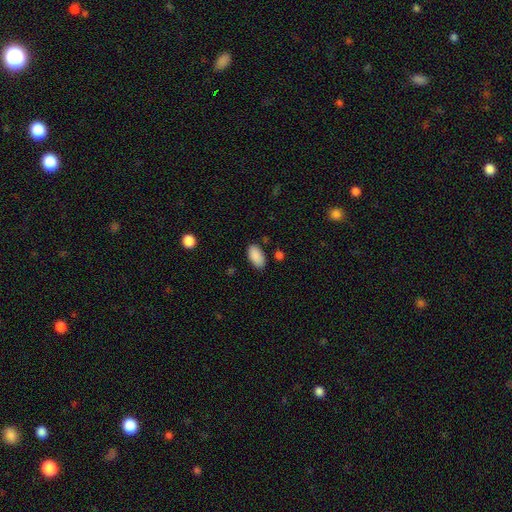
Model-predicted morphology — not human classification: A smooth galaxy with no disk features (90%) that is in between round and cigar-shaped (94%).

Vote fractions:
- Smooth or featured? smooth: 90% / star or artifact: 7% / featured or disk: 3%
- How rounded? in between: 94% / round: 3% / cigar-shaped: 3%
- Merging? none: 84% / minor disturbance: 11% / major disturbance: 3% / merger: 2%